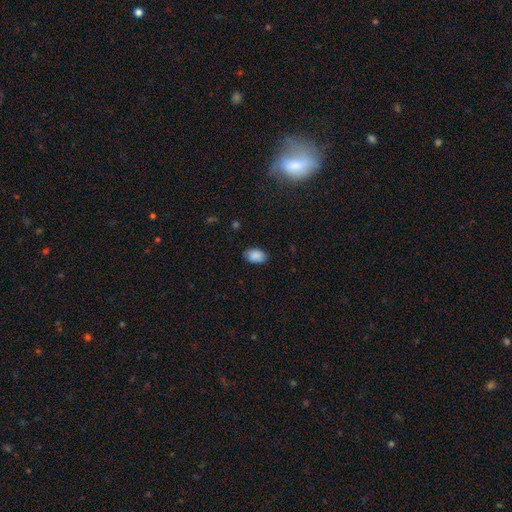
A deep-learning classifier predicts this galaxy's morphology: Overall: smooth (88%). How rounded: in between (90%). Merging: none (84%).